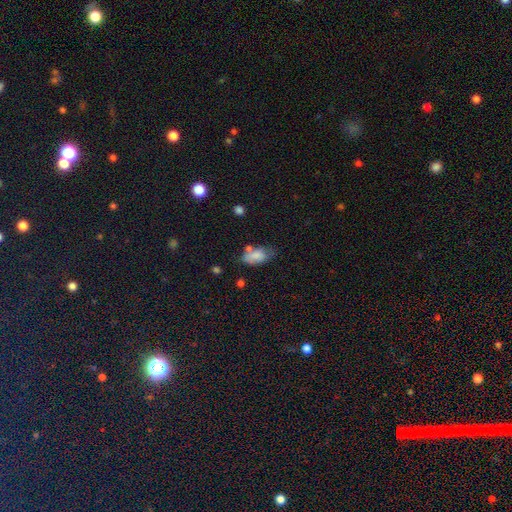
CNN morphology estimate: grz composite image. It shows a smooth galaxy with no disk features (78%) that is in between round and cigar-shaped (90%). Merging: none (49%).